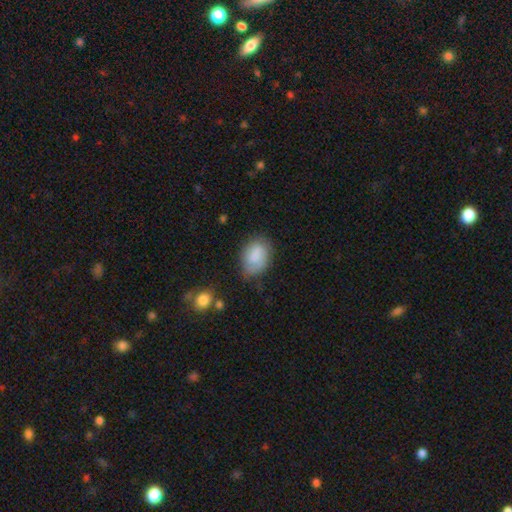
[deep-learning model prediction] Smooth or featured? Predicted: smooth (p=0.80). How rounded? Predicted: in between (p=0.80). Merging? Predicted: none (p=0.62).